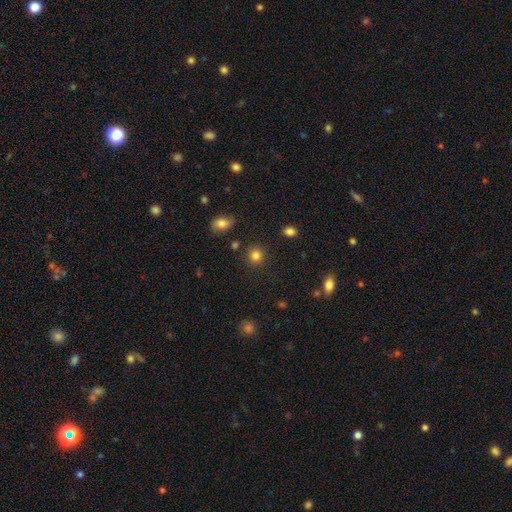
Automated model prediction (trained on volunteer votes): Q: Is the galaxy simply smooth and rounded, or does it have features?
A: smooth — 83%.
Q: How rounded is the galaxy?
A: round — 89%.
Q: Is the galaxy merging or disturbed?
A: none — 88%.